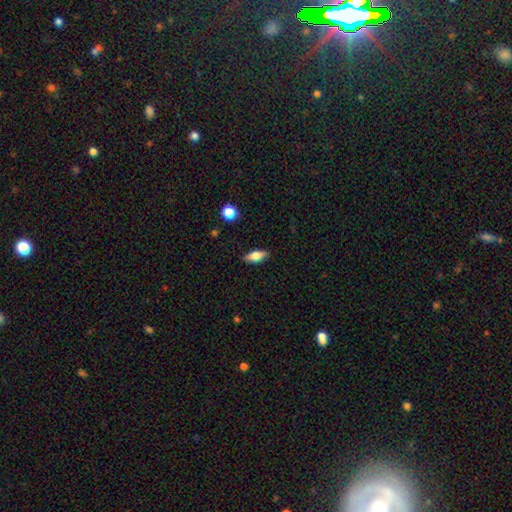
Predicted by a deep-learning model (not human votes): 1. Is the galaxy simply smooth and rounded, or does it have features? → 60% smooth, 33% featured or disk, 8% star or artifact.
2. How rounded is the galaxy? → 75% in between, 21% cigar-shaped, 5% round.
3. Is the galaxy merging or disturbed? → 86% none, 11% minor disturbance, 2% major disturbance, 1% merger.